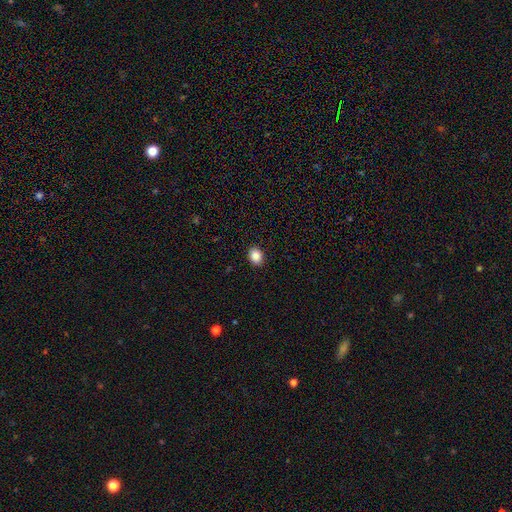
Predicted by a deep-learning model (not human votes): Smooth or featured: smooth — 88% (star or artifact — 9%)
How rounded: in between — 56% (round — 44%)
Merging: none — 91% (minor disturbance — 6%)